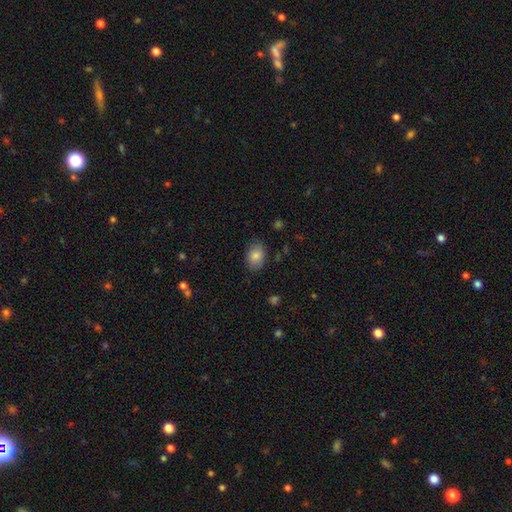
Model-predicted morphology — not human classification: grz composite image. It shows a smooth galaxy with no disk features (84%) that is in between round and cigar-shaped (82%). Merging: none (83%).